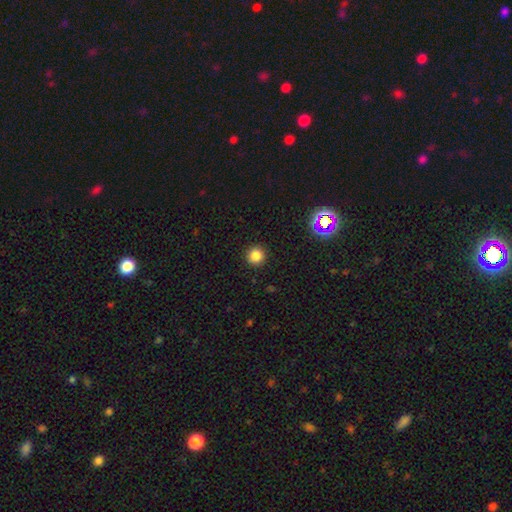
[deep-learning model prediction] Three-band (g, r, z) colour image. It shows a smooth galaxy with no disk features (83%) that is round (95%). Merging: none (92%).